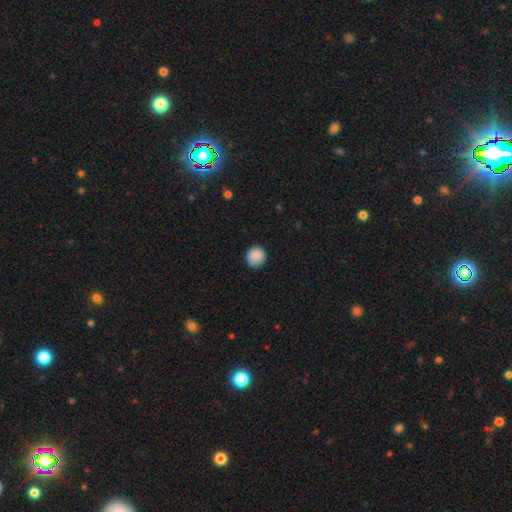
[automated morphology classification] smooth_or_featured: smooth (p=0.89) [alt: star or artifact p=0.08]
how_rounded: round (p=0.94) [alt: in between p=0.05]
merging: none (p=0.90) [alt: minor disturbance p=0.08]